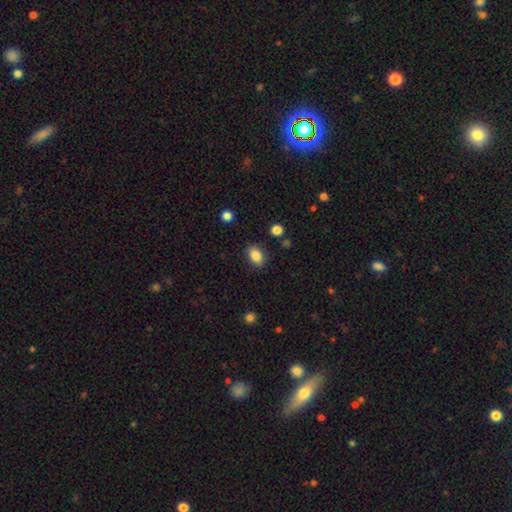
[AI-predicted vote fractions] This appears to be a smooth galaxy with no disk features (85%) that is in between round and cigar-shaped (82%). Merging: none (86%).